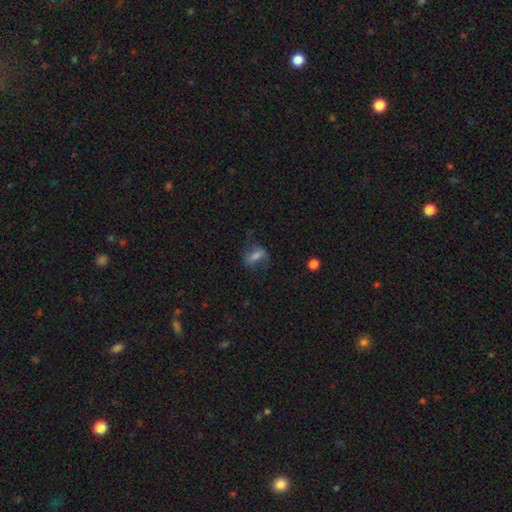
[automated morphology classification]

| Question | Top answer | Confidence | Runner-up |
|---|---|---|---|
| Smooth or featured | smooth | 49% | featured or disk (36%) |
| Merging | none | 55% | minor disturbance (22%) |